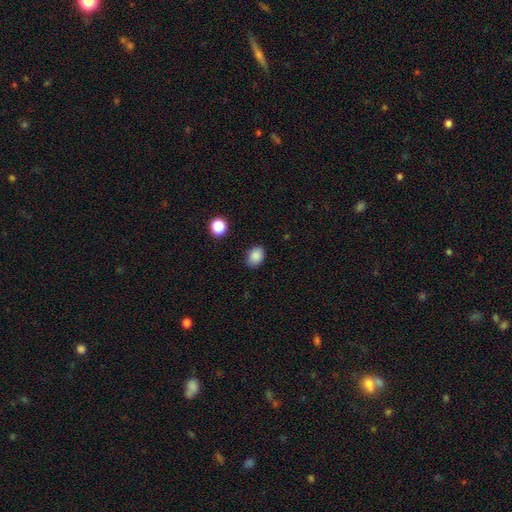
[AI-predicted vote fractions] Smooth or featured? smooth (87%)
How rounded? in between (67%)
Merging? none (85%)